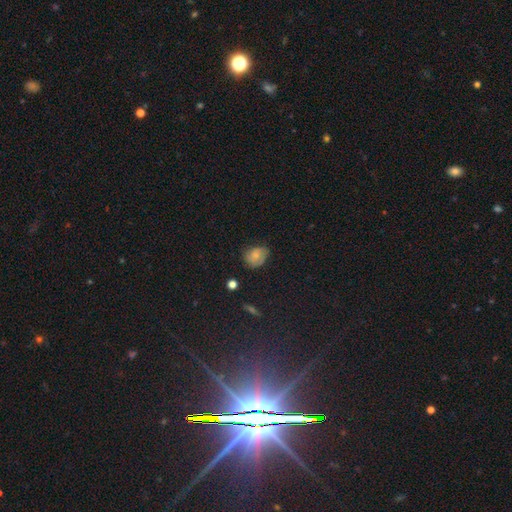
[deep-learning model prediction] Smooth or featured?
  - smooth: 63% *
  - featured or disk: 26%
  - star or artifact: 11%
How rounded?
  - in between: 53% *
  - round: 46%
  - cigar-shaped: 1%
Merging?
  - none: 56% *
  - minor disturbance: 33%
  - major disturbance: 9%
  - merger: 2%